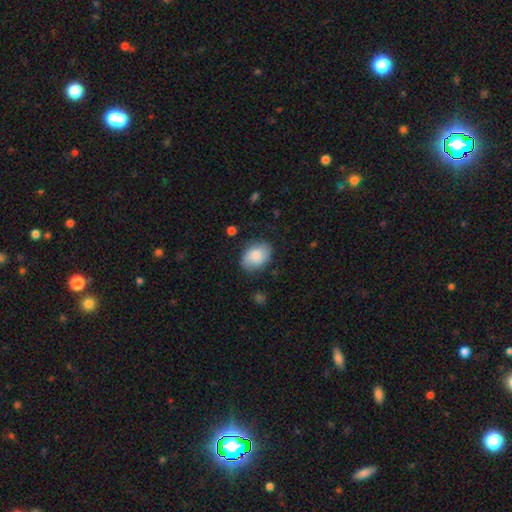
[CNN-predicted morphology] Smooth or featured? Predicted: smooth (p=0.81). How rounded? Predicted: in between (p=0.78). Merging? Predicted: none (p=0.77).